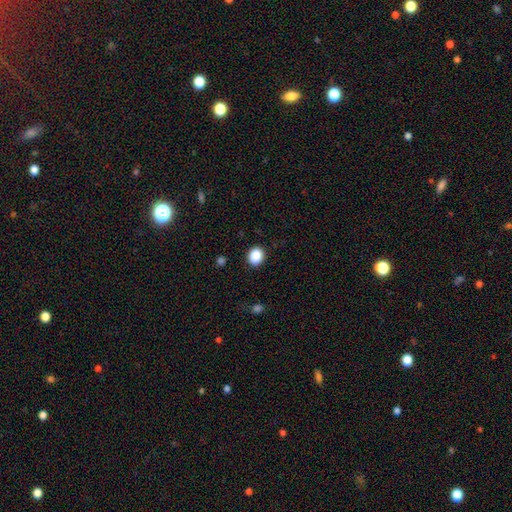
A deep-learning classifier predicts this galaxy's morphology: A smooth galaxy with no disk features (88%) that is round (63%).

Vote fractions:
- Smooth or featured? smooth: 88% / star or artifact: 9% / featured or disk: 3%
- How rounded? round: 63% / in between: 36% / cigar-shaped: 1%
- Merging? none: 89% / minor disturbance: 8% / major disturbance: 2% / merger: 1%